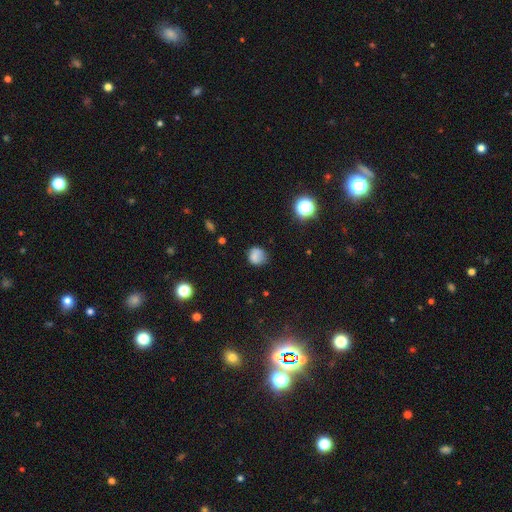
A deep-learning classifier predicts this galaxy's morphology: smooth_or_featured: smooth (p=0.74) [alt: star or artifact p=0.14]
how_rounded: round (p=0.81) [alt: in between p=0.18]
merging: none (p=0.64) [alt: minor disturbance p=0.24]